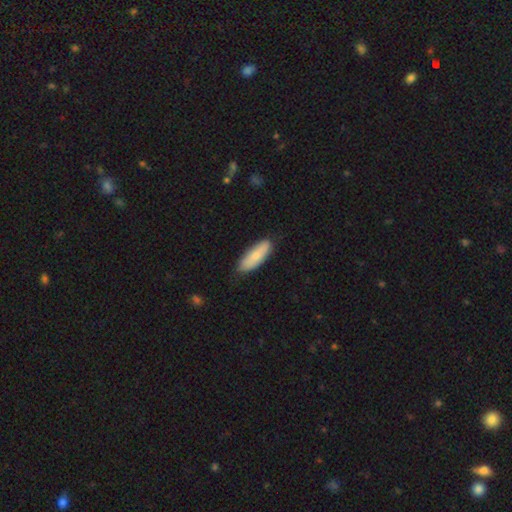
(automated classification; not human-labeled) smooth_or_featured: smooth (p=0.76) [alt: featured or disk p=0.19]
how_rounded: in between (p=0.65) [alt: cigar-shaped p=0.33]
merging: none (p=0.82) [alt: minor disturbance p=0.15]